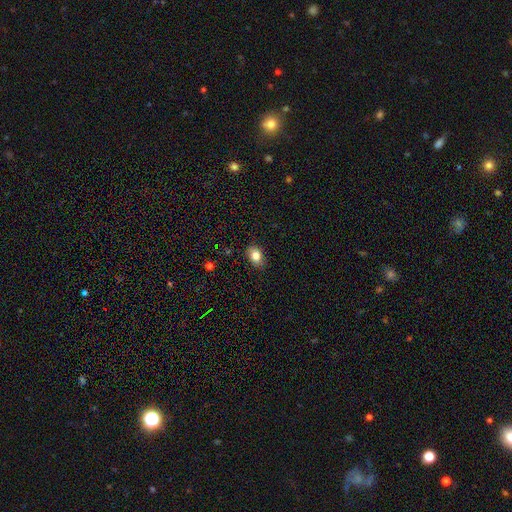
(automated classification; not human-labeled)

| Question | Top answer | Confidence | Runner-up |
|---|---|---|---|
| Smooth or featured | smooth | 83% | star or artifact (9%) |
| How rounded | in between | 74% | round (25%) |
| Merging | none | 85% | minor disturbance (12%) |